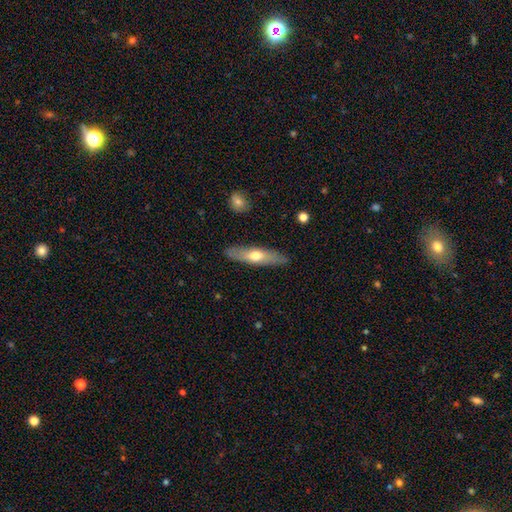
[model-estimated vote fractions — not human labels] smooth_or_featured: smooth (p=0.53) [alt: featured or disk p=0.42]
how_rounded: cigar-shaped (p=0.73) [alt: in between p=0.25]
merging: none (p=0.86) [alt: minor disturbance p=0.10]